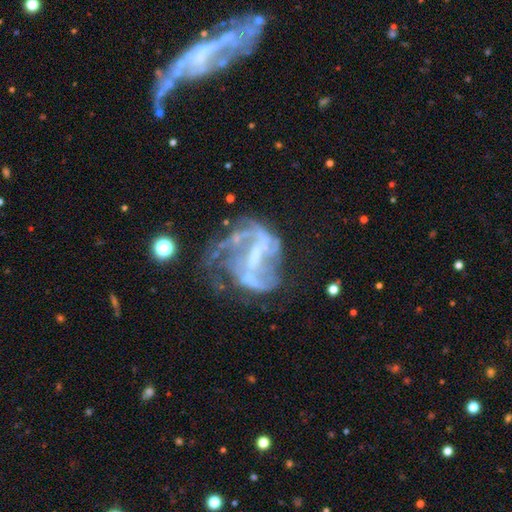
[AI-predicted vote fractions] This is clearly a featured or disk galaxy (81%). It is clearly not viewed edge-on (97%). Bar: possibly strong (51%). Spiral arm pattern: likely yes (74%). Spiral arm count: possibly 2 (51%). Spiral winding: possibly loose (48%). Central bulge: marginally none (43%). Merging: marginally major disturbance (40%).